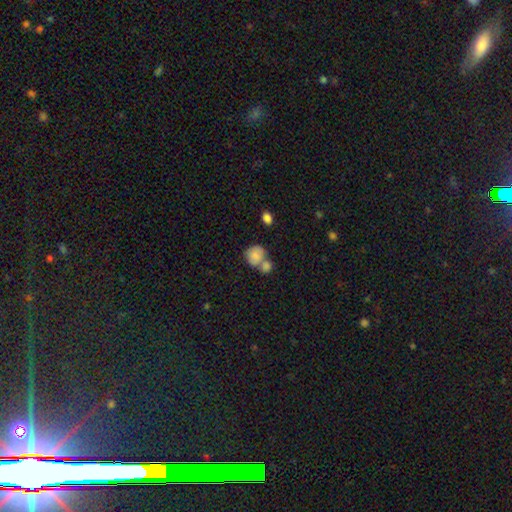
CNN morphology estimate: A smooth galaxy with no disk features (78%) that is round (77%).

Vote fractions:
- Smooth or featured? smooth: 78% / featured or disk: 14% / star or artifact: 8%
- How rounded? round: 77% / in between: 22% / cigar-shaped: 1%
- Merging? merger: 50% / none: 34% / minor disturbance: 12% / major disturbance: 5%